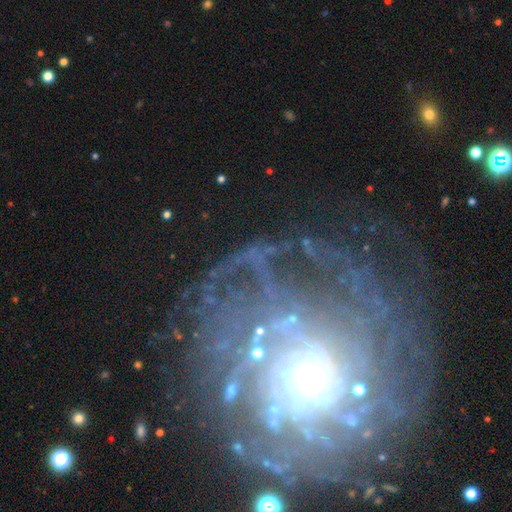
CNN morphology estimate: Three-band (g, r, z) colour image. It shows a featured or disk galaxy (70%) with no bar (52%), tight (69%) spiral arms (88%) and a small central bulge (60%). Merging: none (67%).